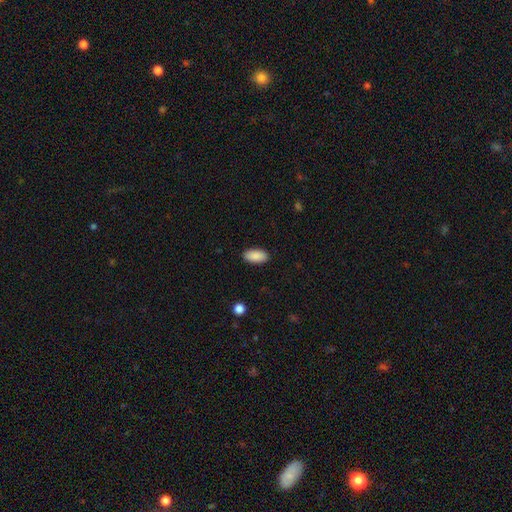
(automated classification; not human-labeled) This appears to be a smooth galaxy with no disk features (90%) that is in between round and cigar-shaped (93%). Merging: none (90%).